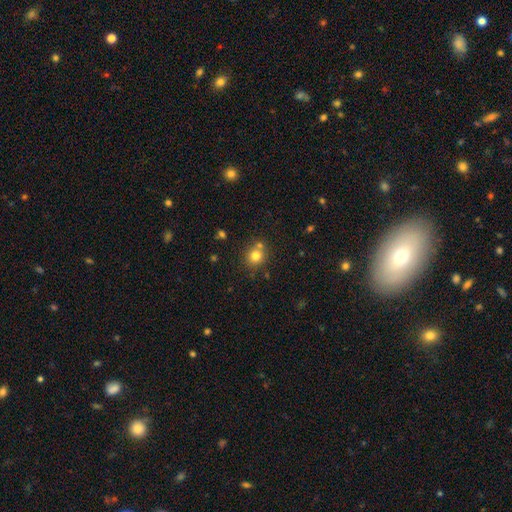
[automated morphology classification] The model was most divided on "merging": none: 72%, merger: 16%, minor disturbance: 10%, major disturbance: 3%. More confident: how rounded — round (84%); smooth or featured — smooth (78%).